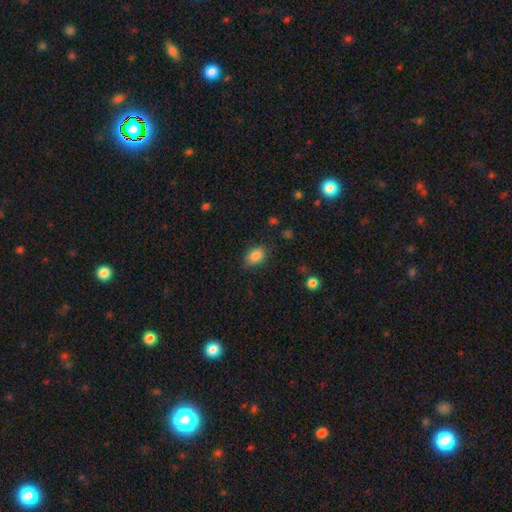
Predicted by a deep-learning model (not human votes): This appears to be a smooth galaxy with no disk features (85%) that is in between round and cigar-shaped (78%). Merging: none (82%).